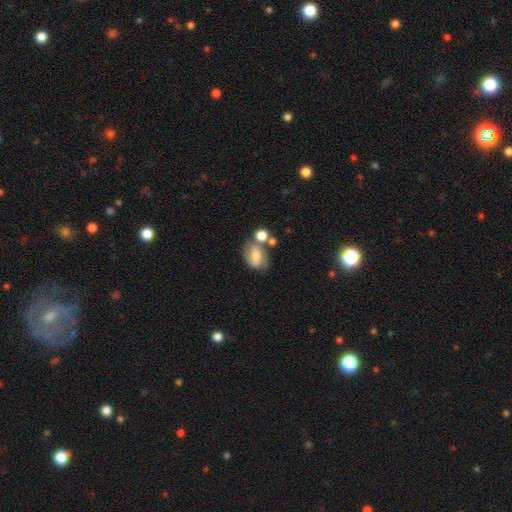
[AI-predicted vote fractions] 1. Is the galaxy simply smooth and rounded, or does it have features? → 62% smooth, 28% featured or disk, 10% star or artifact.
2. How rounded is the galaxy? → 72% in between, 26% round, 2% cigar-shaped.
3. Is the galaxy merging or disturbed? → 46% none, 27% merger, 18% minor disturbance, 8% major disturbance.